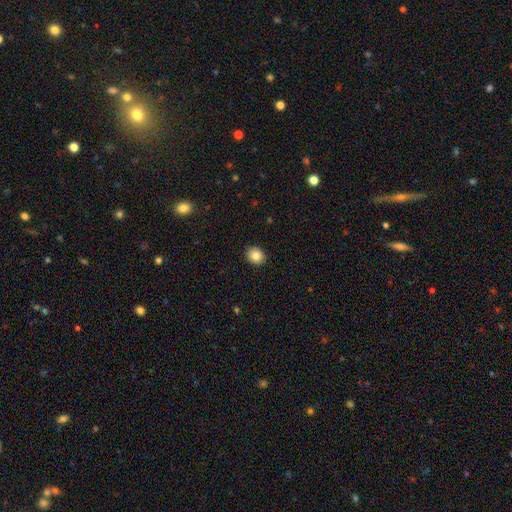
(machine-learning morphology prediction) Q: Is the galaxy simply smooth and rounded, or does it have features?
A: smooth — 85%.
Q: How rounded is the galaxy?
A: round — 55%.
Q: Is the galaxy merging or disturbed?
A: none — 91%.